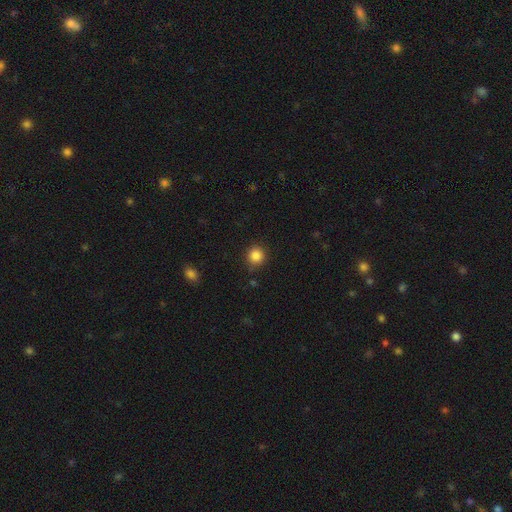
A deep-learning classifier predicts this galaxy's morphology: Smooth or featured? Predicted: smooth (p=0.85). How rounded? Predicted: round (p=0.92). Merging? Predicted: none (p=0.87).